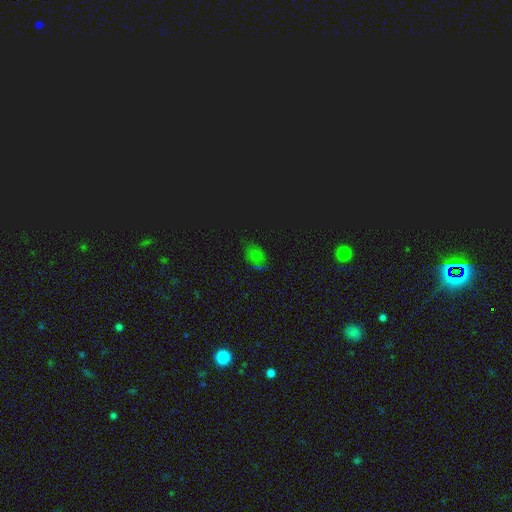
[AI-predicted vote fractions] Morphology: type=smooth (50%); merging=none (66%).